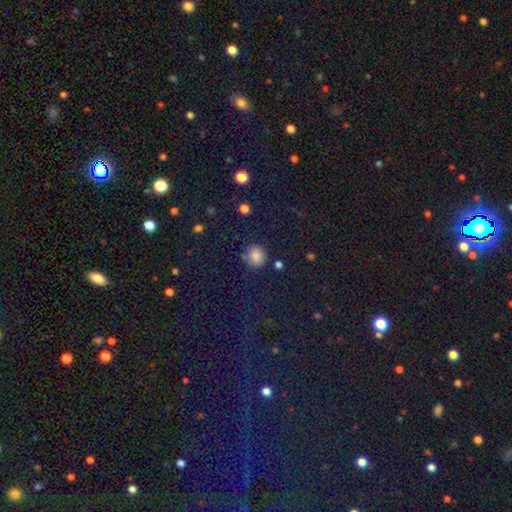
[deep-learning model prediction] smooth 79%, star or artifact 16%, featured or disk 6%. Down the decision tree: how rounded — round (84%); merging — none (80%).